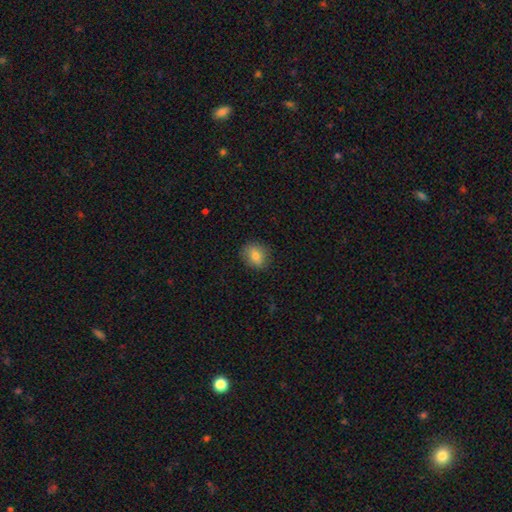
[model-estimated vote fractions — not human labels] smooth-or-featured: smooth: 79% | featured or disk: 12% | star or artifact: 9%
  how-rounded: round: 60% | in between: 39% | cigar-shaped: 1%
  merging: none: 84% | minor disturbance: 12% | major disturbance: 3% | merger: 1%